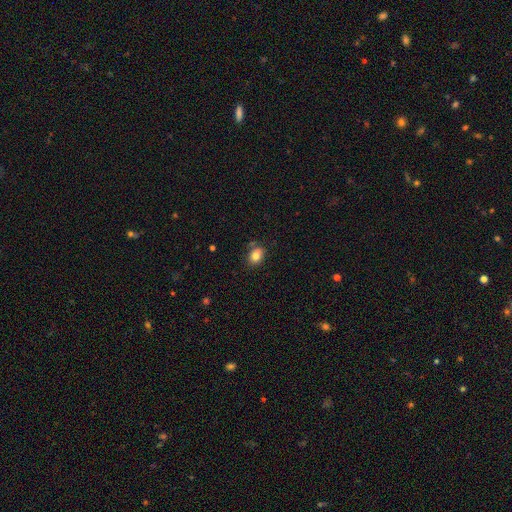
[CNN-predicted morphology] Smooth or featured? Predicted: smooth (p=0.82). How rounded? Predicted: in between (p=0.66). Merging? Predicted: none (p=0.74).